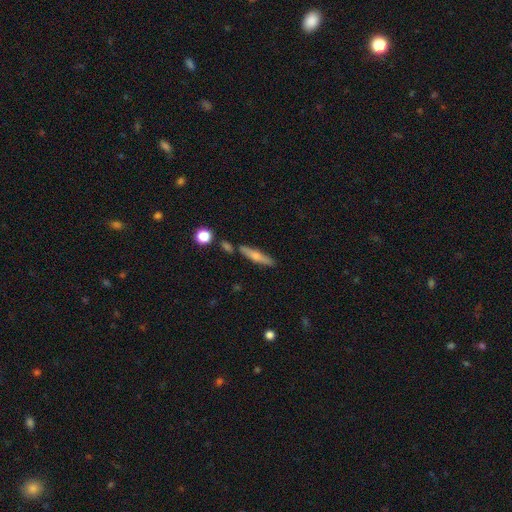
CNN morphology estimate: type=smooth (58%); roundness=cigar-shaped (84%); merging=none (78%).